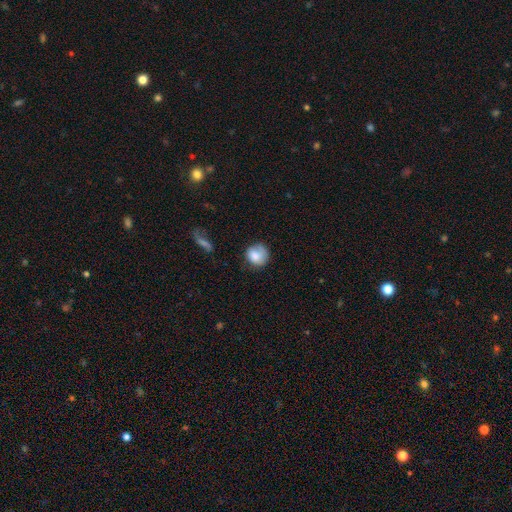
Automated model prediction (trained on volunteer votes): Overall: smooth (78%). How rounded: round (80%). Merging: none (57%; minor disturbance 28%).